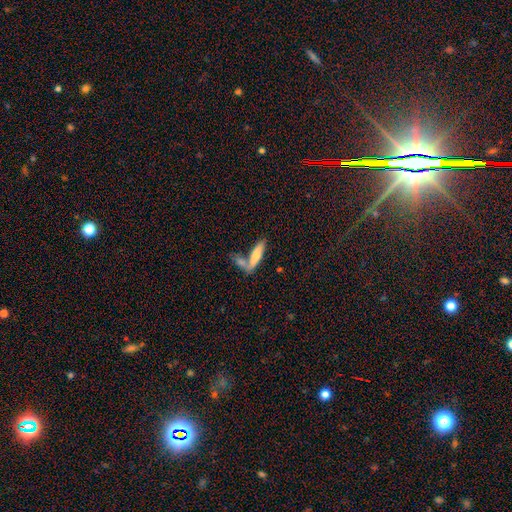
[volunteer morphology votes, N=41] Overall: smooth (59%; featured or disk 39%). How rounded: cigar-shaped (88%). Merging: merger (60%; none 38%).